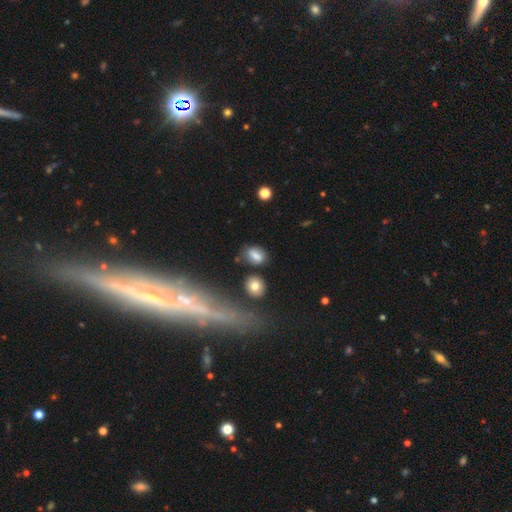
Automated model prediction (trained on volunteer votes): This appears to be a smooth galaxy with no disk features (74%) that is in between round and cigar-shaped (78%). Merging: none (68%).